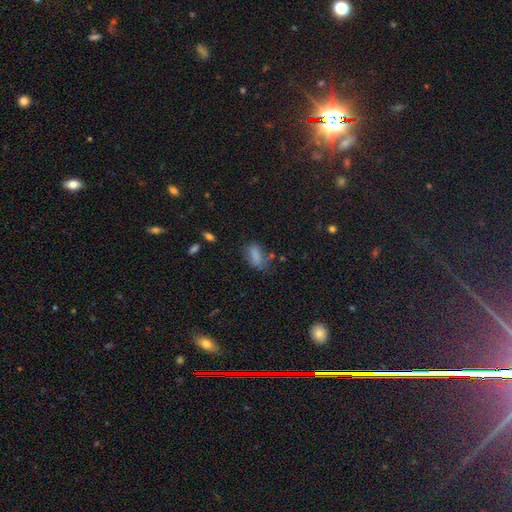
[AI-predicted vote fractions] Morphology: type=smooth (77%); roundness=in between (85%); merging=none (50%).